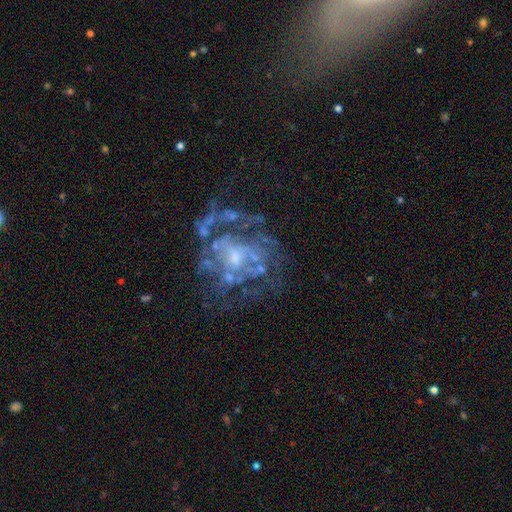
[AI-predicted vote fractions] Smooth or featured? Predicted: featured or disk (p=0.79). Edge-on disk? Predicted: no (p=0.98). Bar? Predicted: no (p=0.70). Spiral arms? Predicted: yes (p=0.52). Bulge size? Predicted: small (p=0.50). Merging? Predicted: none (p=0.47).